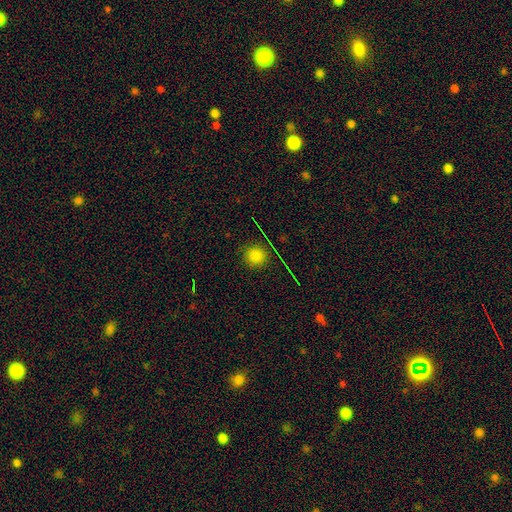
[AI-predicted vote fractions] smooth 75%, star or artifact 19%, featured or disk 6%. Down the decision tree: how rounded — round (92%); merging — none (87%).